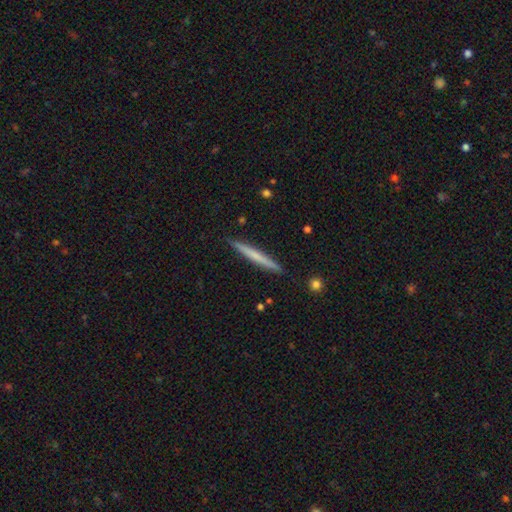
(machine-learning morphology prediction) type=smooth (52%); roundness=cigar-shaped (97%); merging=none (92%).